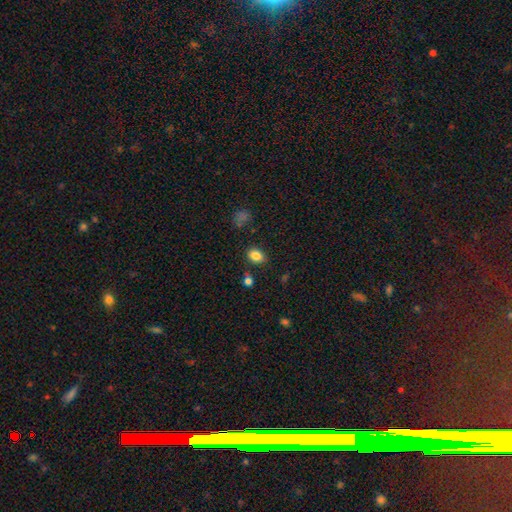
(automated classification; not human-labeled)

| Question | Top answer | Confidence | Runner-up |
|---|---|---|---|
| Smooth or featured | smooth | 84% | star or artifact (11%) |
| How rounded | in between | 71% | round (28%) |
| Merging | none | 80% | minor disturbance (12%) |